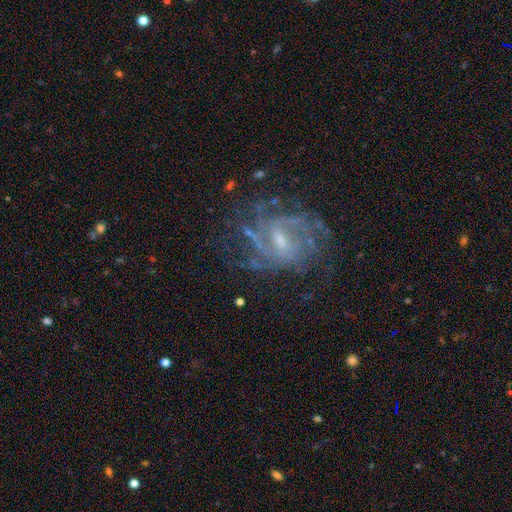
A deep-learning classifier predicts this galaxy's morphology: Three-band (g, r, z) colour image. It shows a featured or disk galaxy (79%) with a weak bar (54%), tight (43%) spiral arms (92%) and a small central bulge (58%). Merging: none (70%).